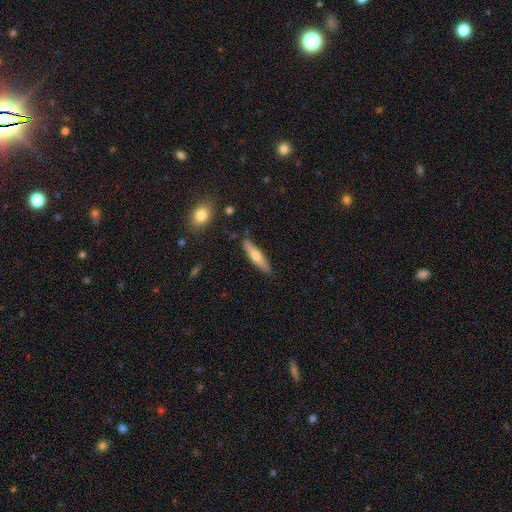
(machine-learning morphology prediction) Q: Smooth or featured?
A: smooth (59%); runner-up: featured or disk (35%)
Q: How rounded?
A: cigar-shaped (82%); runner-up: in between (16%)
Q: Merging?
A: none (86%); runner-up: minor disturbance (11%)